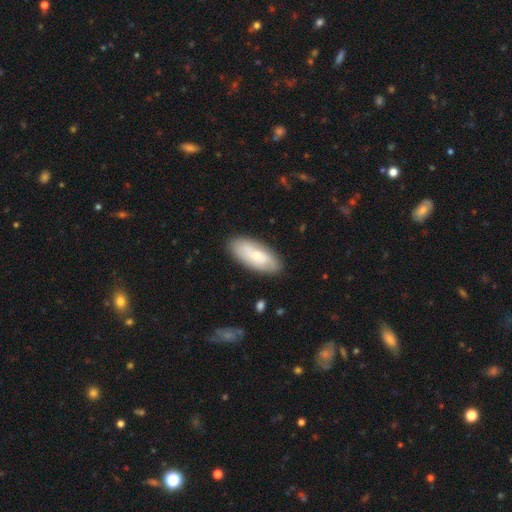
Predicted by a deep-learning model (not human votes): Smooth or featured? smooth (50%)
How rounded? in between (83%)
Merging? none (84%)